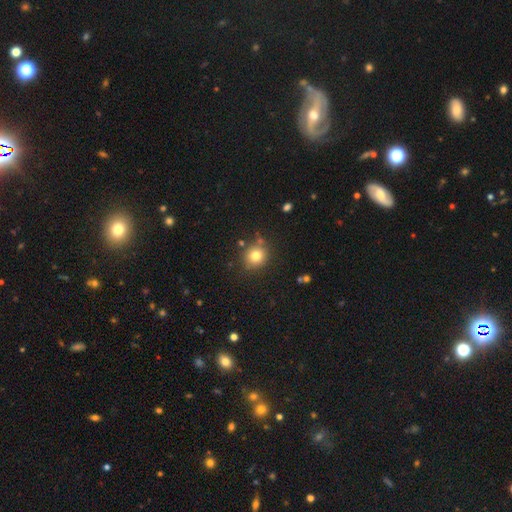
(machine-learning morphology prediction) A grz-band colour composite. It shows a smooth galaxy with no disk features (79%) that is round (88%). Merging: none (82%).